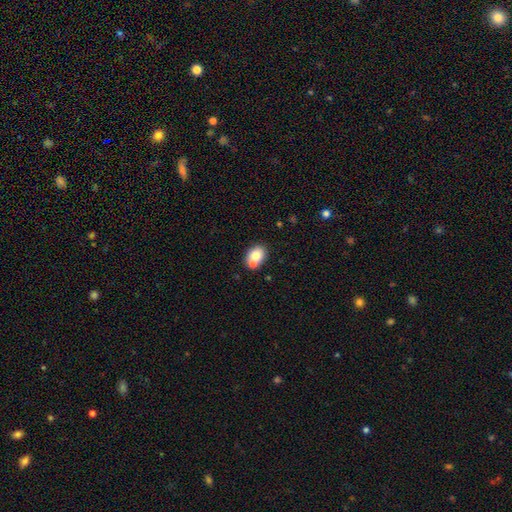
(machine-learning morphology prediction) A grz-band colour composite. It shows a smooth galaxy with no disk features (76%) that is in between round and cigar-shaped (54%). Merging: none (53%).